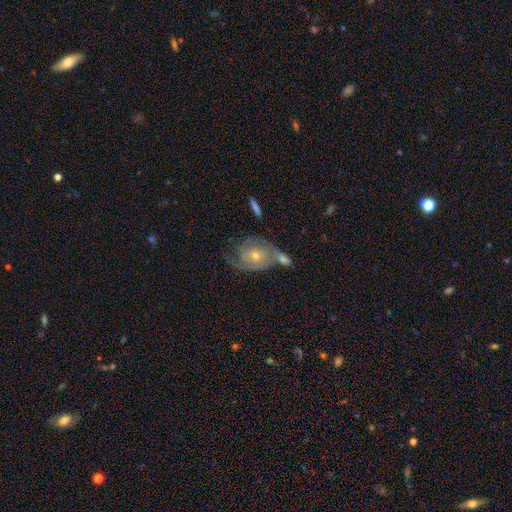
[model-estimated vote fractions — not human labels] This is likely a featured or disk galaxy (78%). It is clearly not viewed edge-on (96%). Bar: likely no (78%). Spiral arm pattern: clearly yes (91%). Spiral arm count: possibly 2 (49%). Spiral winding: possibly tight (57%). Central bulge: possibly small (49%). Merging: possibly none (46%).